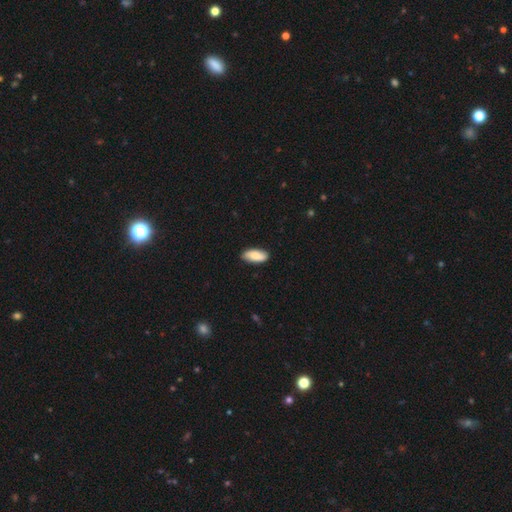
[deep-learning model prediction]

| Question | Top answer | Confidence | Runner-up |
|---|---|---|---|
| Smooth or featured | smooth | 79% | featured or disk (15%) |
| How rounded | in between | 87% | cigar-shaped (11%) |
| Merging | none | 85% | minor disturbance (12%) |